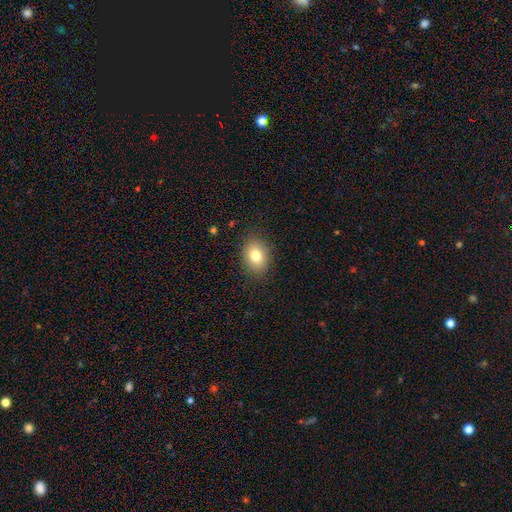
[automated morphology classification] Smooth or featured? Predicted: smooth (p=0.80). How rounded? Predicted: in between (p=0.69). Merging? Predicted: none (p=0.86).